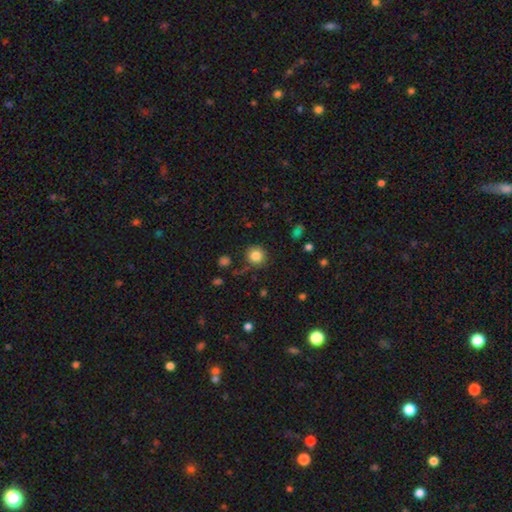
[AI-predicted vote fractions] A smooth galaxy with no disk features (83%) that is round (91%). Merging: none (80%).